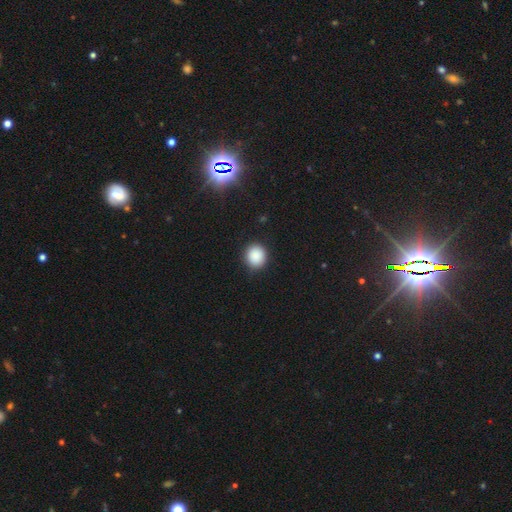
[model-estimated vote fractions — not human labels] This is clearly a smooth galaxy (88%). How rounded: clearly round (85%). Merging: clearly none (89%).